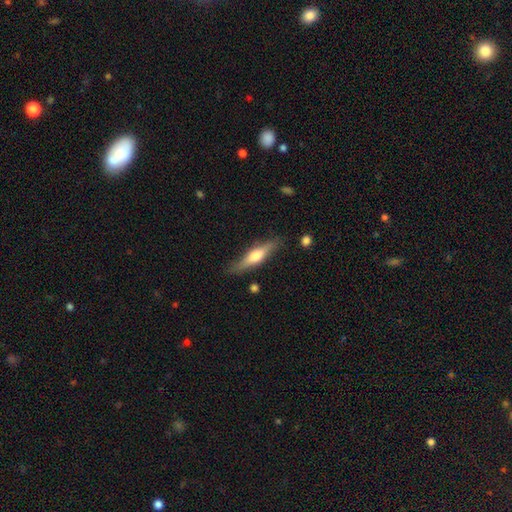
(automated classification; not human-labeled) smooth_or_featured: featured or disk (p=0.51) [alt: smooth p=0.43]
disk_edge_on: yes (p=0.93) [alt: no p=0.07]
merging: none (p=0.81) [alt: minor disturbance p=0.14]